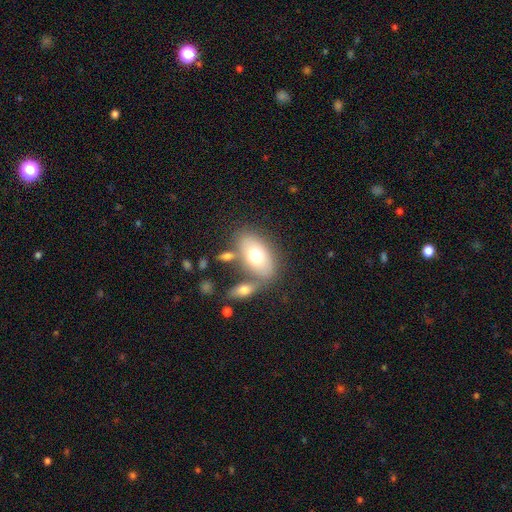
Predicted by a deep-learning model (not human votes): This appears to be a smooth galaxy with no disk features (68%) that is in between round and cigar-shaped (89%). Merging: none (59%).